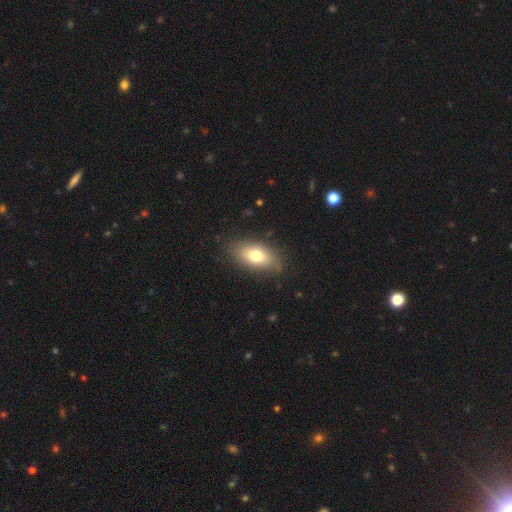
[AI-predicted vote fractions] A smooth galaxy with no disk features (75%) that is in between round and cigar-shaped (88%).

Vote fractions:
- Smooth or featured? smooth: 75% / featured or disk: 17% / star or artifact: 8%
- How rounded? in between: 88% / round: 6% / cigar-shaped: 6%
- Merging? none: 81% / minor disturbance: 14% / major disturbance: 4% / merger: 1%